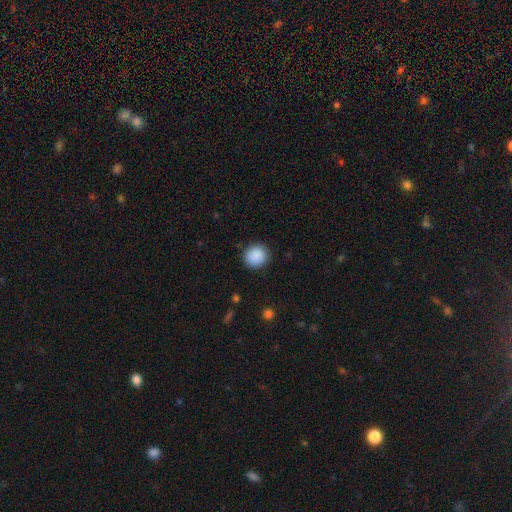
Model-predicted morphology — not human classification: smooth 90%, star or artifact 8%, featured or disk 3%. Down the decision tree: how rounded — round (89%); merging — none (90%).